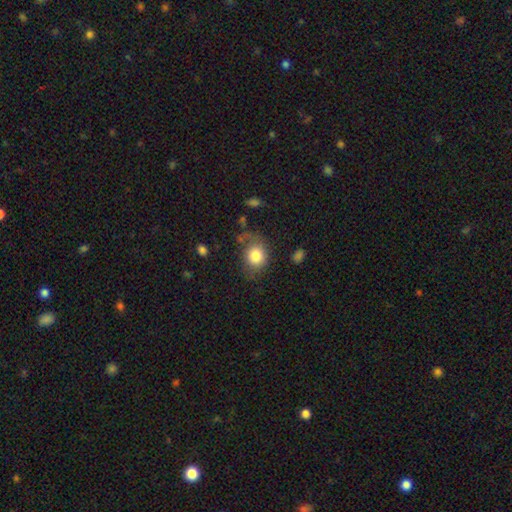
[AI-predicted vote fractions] Overall: smooth (82%). How rounded: round (65%; in between 34%). Merging: none (62%; minor disturbance 23%).